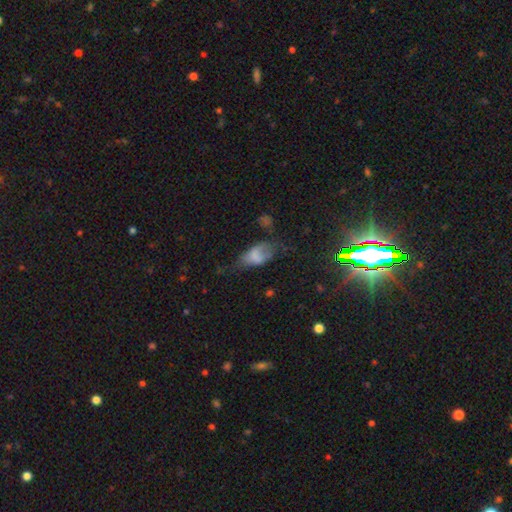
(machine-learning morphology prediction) type=smooth (64%); roundness=in between (88%); merging=major disturbance (33%).